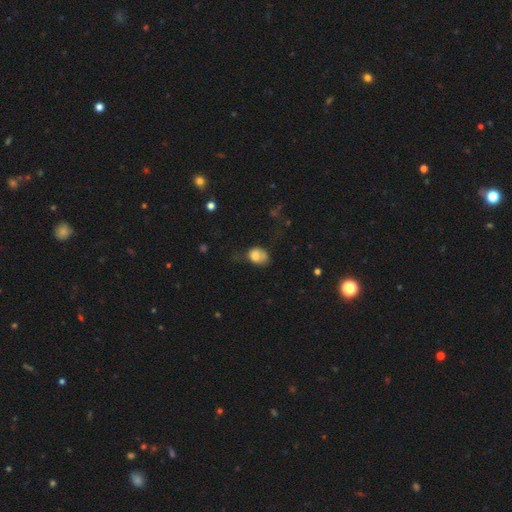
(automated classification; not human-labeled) A smooth galaxy with no disk features (74%) that is in between round and cigar-shaped (61%). Merging: minor disturbance (32%).